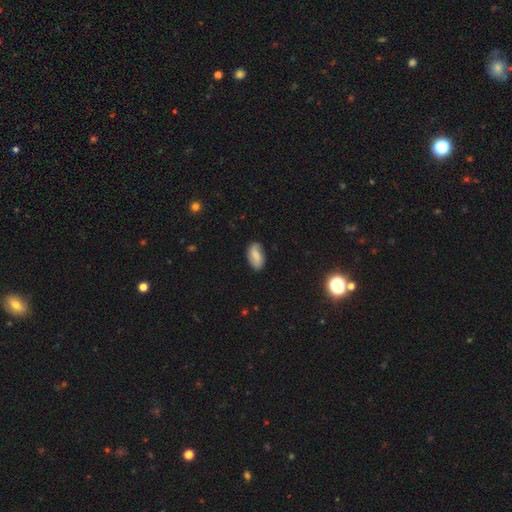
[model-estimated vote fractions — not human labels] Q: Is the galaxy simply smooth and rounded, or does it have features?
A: smooth — 73%.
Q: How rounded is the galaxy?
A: in between — 92%.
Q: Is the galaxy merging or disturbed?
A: none — 80%.